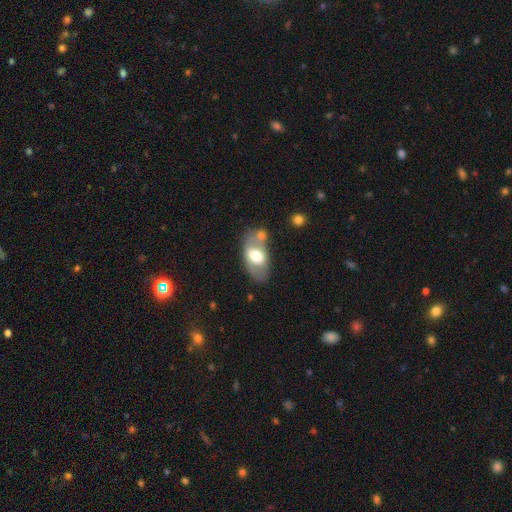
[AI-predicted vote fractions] Smooth or featured? Predicted: smooth (p=0.52). How rounded? Predicted: in between (p=0.90). Merging? Predicted: none (p=0.49).